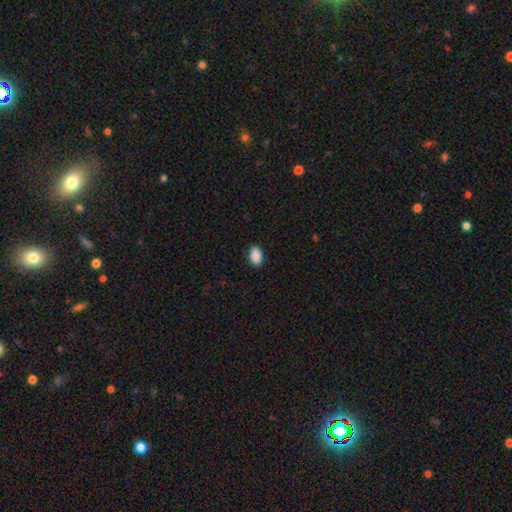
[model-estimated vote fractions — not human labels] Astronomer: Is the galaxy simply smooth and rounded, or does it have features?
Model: smooth — 90%.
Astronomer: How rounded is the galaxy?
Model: in between — 89%.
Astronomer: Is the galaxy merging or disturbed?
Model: none — 88%.